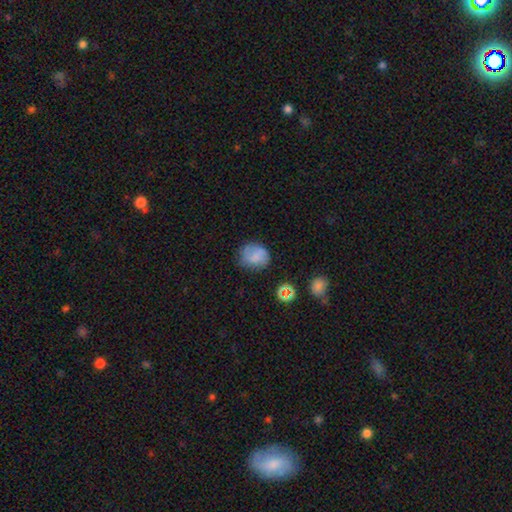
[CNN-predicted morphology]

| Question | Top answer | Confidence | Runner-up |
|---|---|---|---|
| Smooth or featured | smooth | 70% | featured or disk (17%) |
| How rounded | round | 63% | in between (36%) |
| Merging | none | 64% | minor disturbance (24%) |